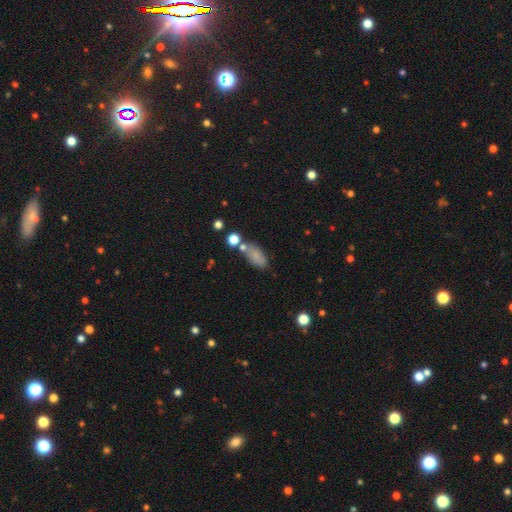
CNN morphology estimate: The model was most divided on "merging": none: 61%, minor disturbance: 18%, merger: 14%, major disturbance: 7%. More confident: how rounded — in between (86%); smooth or featured — smooth (78%).